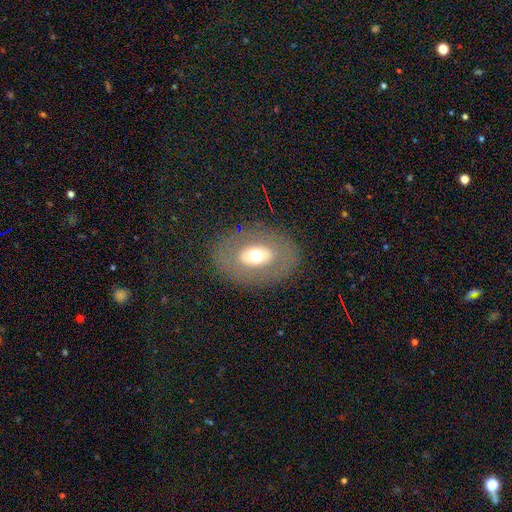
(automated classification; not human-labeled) A smooth galaxy with no disk features (46%). Merging: none (81%).